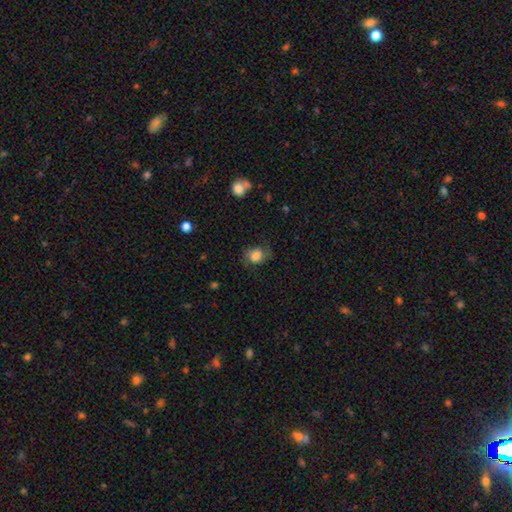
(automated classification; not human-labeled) Smooth or featured: smooth — 58% (featured or disk — 33%)
How rounded: in between — 52% (round — 47%)
Merging: none — 61% (minor disturbance — 24%)